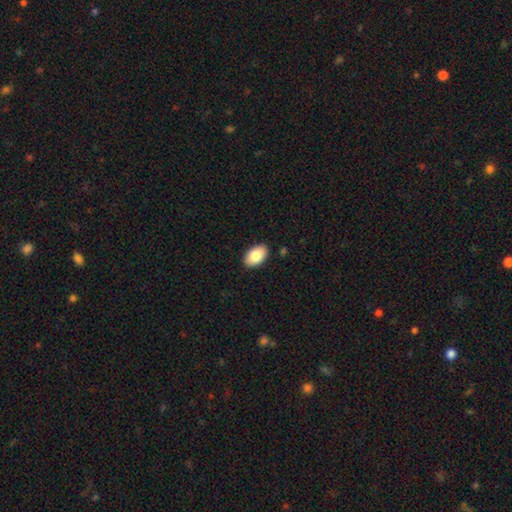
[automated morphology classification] Smooth or featured?
  - smooth: 83% *
  - featured or disk: 10%
  - star or artifact: 7%
How rounded?
  - in between: 93% *
  - round: 6%
  - cigar-shaped: 1%
Merging?
  - none: 89% *
  - minor disturbance: 8%
  - major disturbance: 2%
  - merger: 1%